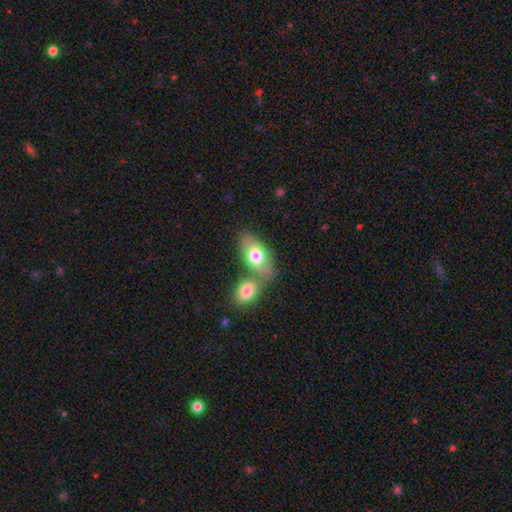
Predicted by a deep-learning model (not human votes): smooth 66%, featured or disk 26%, star or artifact 8%. Down the decision tree: how rounded — in between (88%); merging — none (48%).